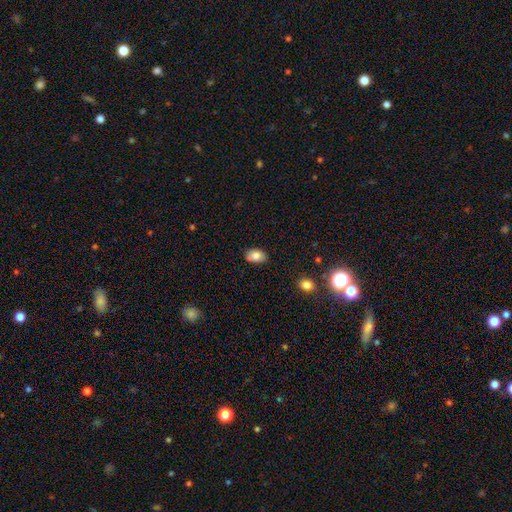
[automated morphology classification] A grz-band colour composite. It shows a smooth galaxy with no disk features (83%) that is in between round and cigar-shaped (88%). Merging: none (84%).